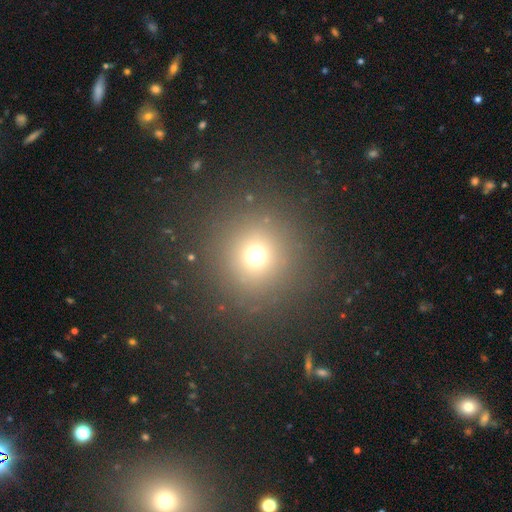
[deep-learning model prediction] Smooth or featured? Predicted: smooth (p=0.69). How rounded? Predicted: round (p=0.94). Merging? Predicted: none (p=0.87).